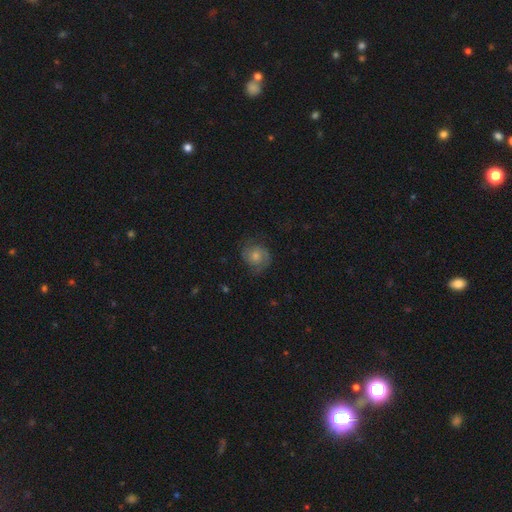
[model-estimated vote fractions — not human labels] This is possibly a featured or disk galaxy (55%). It is clearly not viewed edge-on (97%). Bar: likely no (77%). Spiral arm pattern: clearly yes (90%). Central bulge: possibly moderate (54%). Merging: likely none (73%).